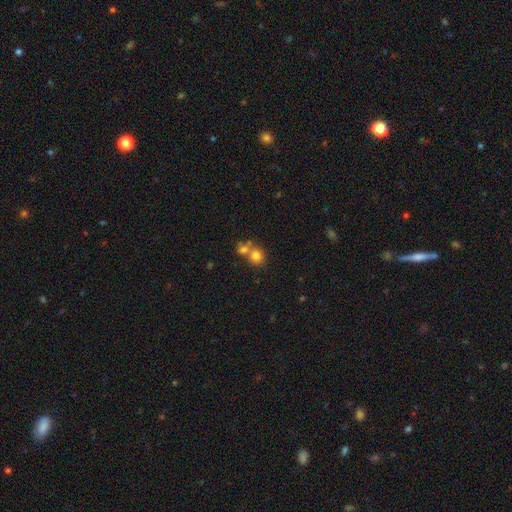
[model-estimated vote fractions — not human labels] smooth 77%, star or artifact 12%, featured or disk 11%. Down the decision tree: how rounded — round (84%); merging — none (45%, tied with merger).